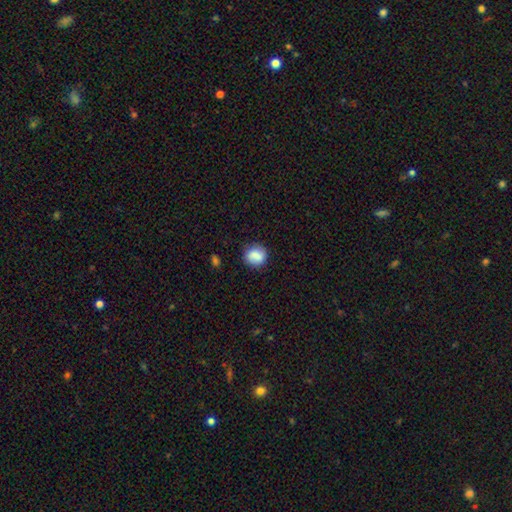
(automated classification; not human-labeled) A smooth galaxy with no disk features (85%) that is round (77%). Merging: none (81%).